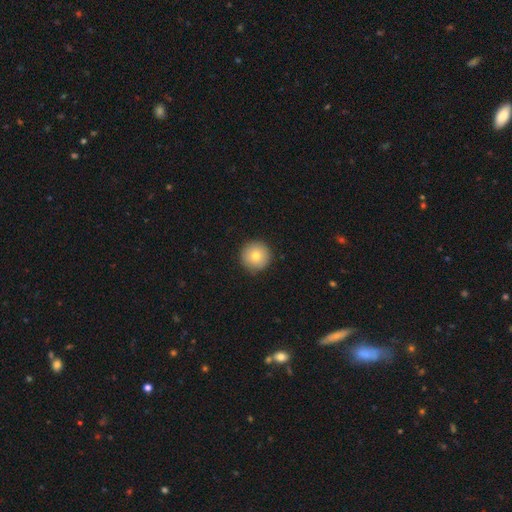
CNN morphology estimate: smooth-or-featured: smooth: 77% | featured or disk: 13% | star or artifact: 10%
  how-rounded: round: 96% | in between: 3% | cigar-shaped: 1%
  merging: none: 90% | minor disturbance: 7% | major disturbance: 2% | merger: 1%